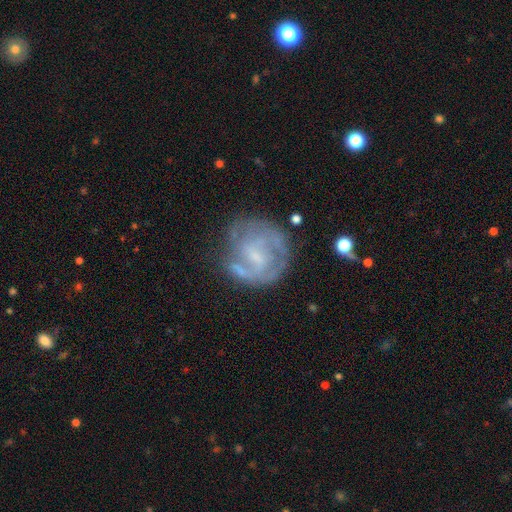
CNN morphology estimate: Smooth or featured?
  - featured or disk: 75% *
  - smooth: 17%
  - star or artifact: 8%
Edge-on disk?
  - no: 98% *
  - yes: 2%
Bar?
  - weak: 48% *
  - no: 40%
  - strong: 12%
Spiral arms?
  - yes: 80% *
  - no: 20%
Spiral winding?
  - tight: 48% *
  - medium: 38%
  - loose: 14%
Spiral arm count?
  - can't tell: 35% * (tied)
  - 2: 35% * (tied)
  - 3: 15%
  - 1: 7%
  - 4: 4%
  - more than 4: 3%
Bulge size?
  - small: 52% *
  - none: 25%
  - moderate: 20%
  - large: 2%
  - dominant: 1%
Merging?
  - none: 63% *
  - minor disturbance: 20%
  - major disturbance: 14%
  - merger: 4%